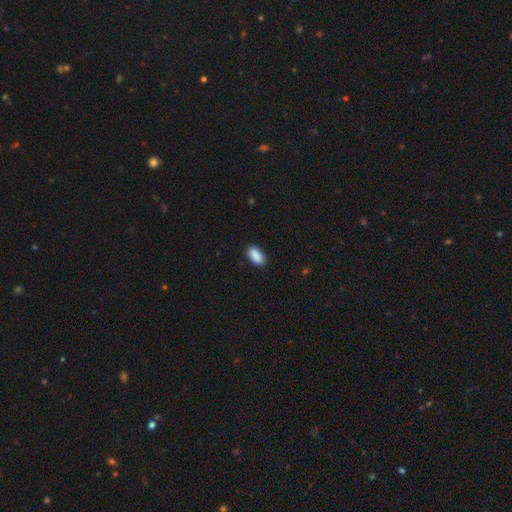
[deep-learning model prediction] smooth_or_featured: smooth (p=0.90) [alt: star or artifact p=0.07]
how_rounded: in between (p=0.93) [alt: cigar-shaped p=0.05]
merging: none (p=0.88) [alt: minor disturbance p=0.09]